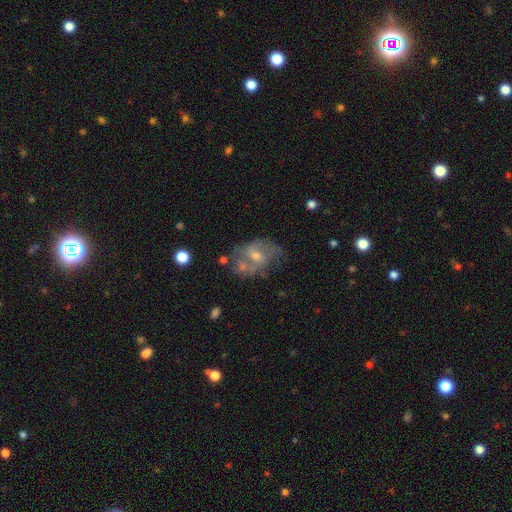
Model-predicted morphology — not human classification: featured or disk 65%, smooth 25%, star or artifact 10%. Down the decision tree: edge-on disk — no (96%); bar — no (46%); spiral arms — yes (69%); bulge size — moderate (49%); merging — none (49%).